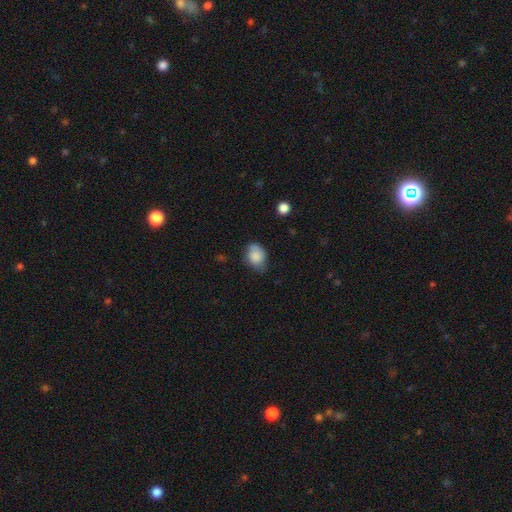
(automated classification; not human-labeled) The model was most divided on "merging": none: 57%, minor disturbance: 34%, major disturbance: 7%, merger: 2%. More confident: smooth or featured — smooth (83%); how rounded — in between (70%).